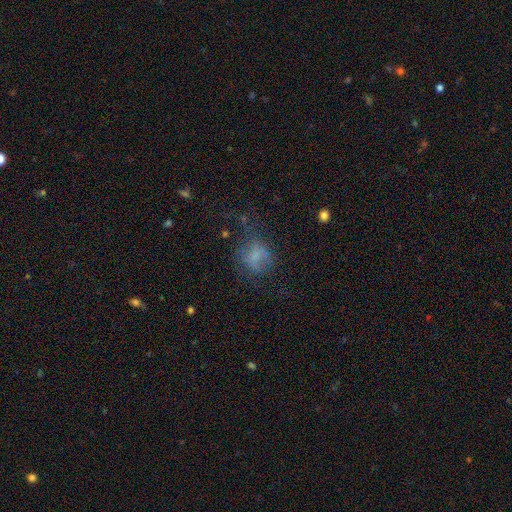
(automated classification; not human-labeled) Smooth or featured? Predicted: smooth (p=0.59). How rounded? Predicted: round (p=0.60). Merging? Predicted: none (p=0.46).